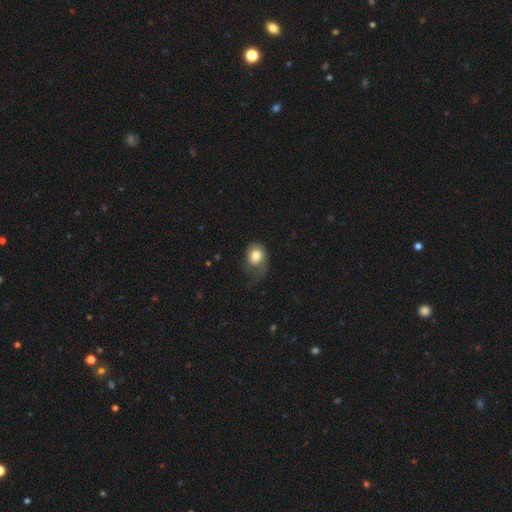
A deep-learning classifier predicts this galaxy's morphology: The model was most divided on "how rounded": round: 51%, in between: 48%, cigar-shaped: 1%. Remaining: smooth or featured — smooth (72%); merging — major disturbance (42%).